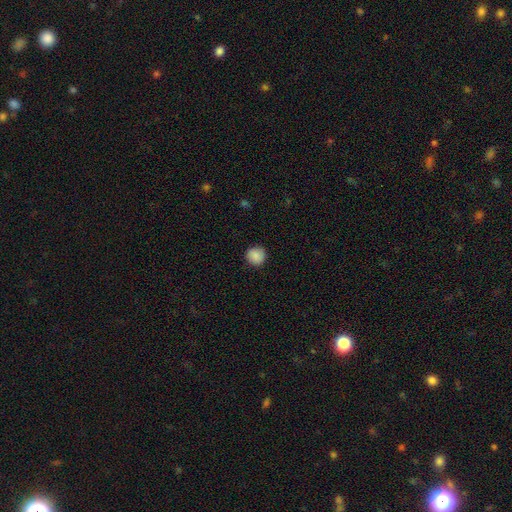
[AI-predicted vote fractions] Smooth or featured: smooth — 88% (star or artifact — 8%)
How rounded: round — 92% (in between — 7%)
Merging: none — 89% (minor disturbance — 8%)